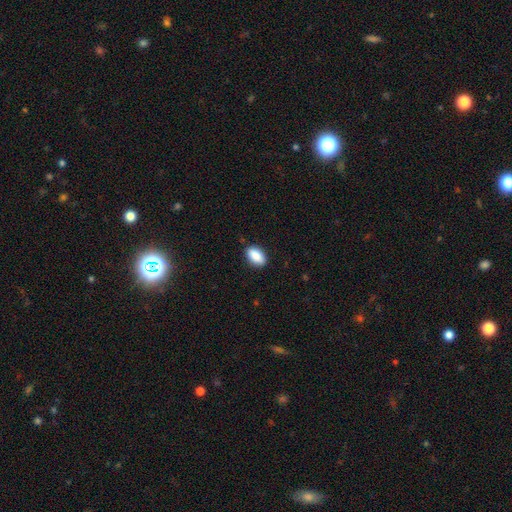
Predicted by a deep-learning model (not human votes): Smooth or featured?
  - smooth: 88% *
  - star or artifact: 7%
  - featured or disk: 5%
How rounded?
  - in between: 92% *
  - round: 5%
  - cigar-shaped: 3%
Merging?
  - none: 87% *
  - minor disturbance: 10%
  - major disturbance: 2%
  - merger: 1%